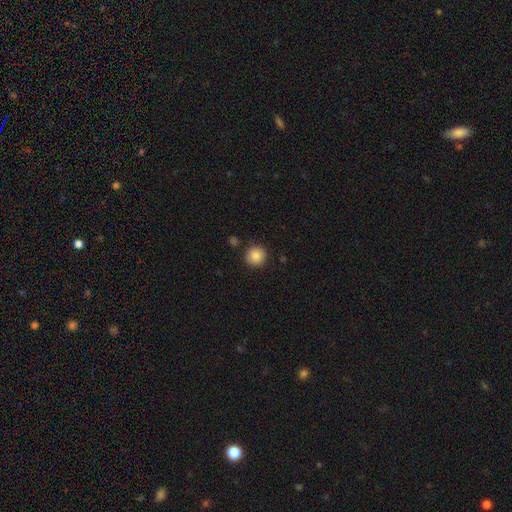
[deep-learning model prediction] smooth_or_featured: smooth (p=0.87) [alt: star or artifact p=0.09]
how_rounded: round (p=0.93) [alt: in between p=0.06]
merging: none (p=0.87) [alt: minor disturbance p=0.08]